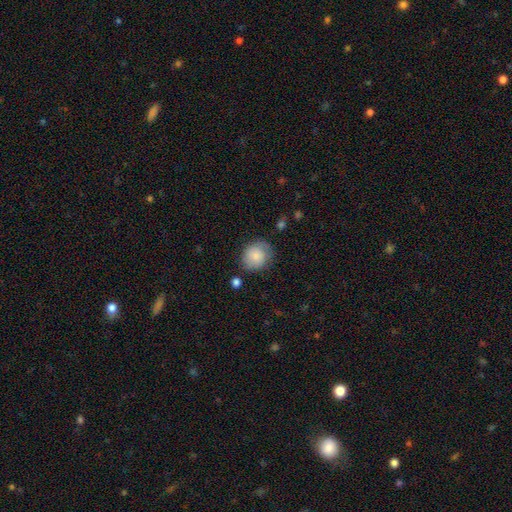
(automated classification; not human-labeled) Smooth or featured? smooth (79%)
How rounded? round (75%)
Merging? none (73%)